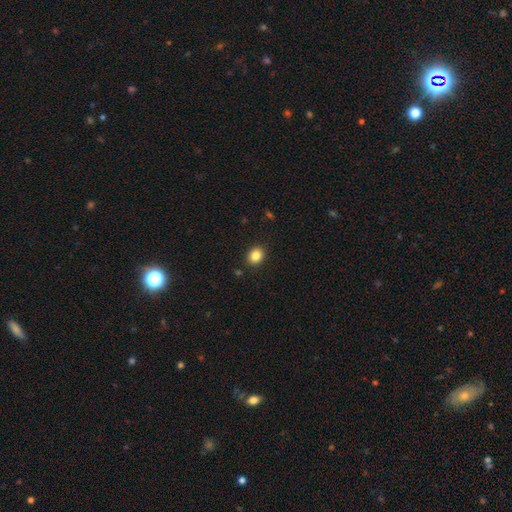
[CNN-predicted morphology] type=smooth (84%); roundness=round (63%); merging=none (90%).